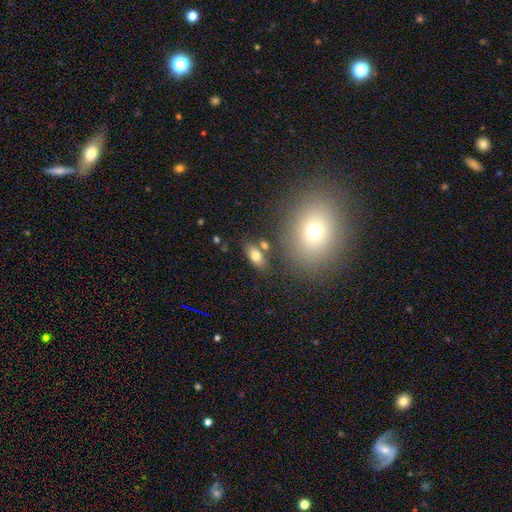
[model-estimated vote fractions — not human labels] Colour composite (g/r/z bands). It shows a smooth galaxy with no disk features (75%) that is in between round and cigar-shaped (86%). Merging: none (75%).